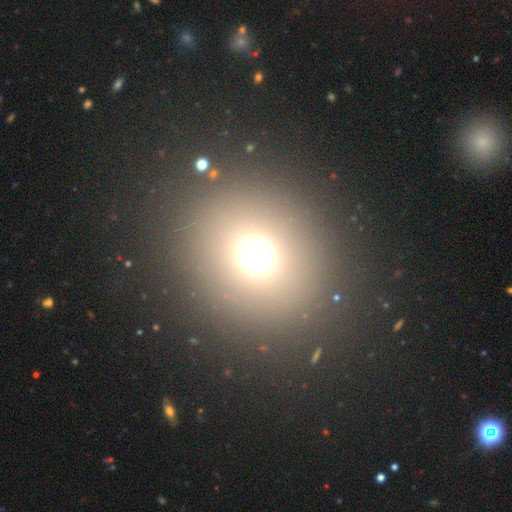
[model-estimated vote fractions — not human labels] This appears to be a smooth galaxy with no disk features (62%) that is round (81%). Merging: none (86%).